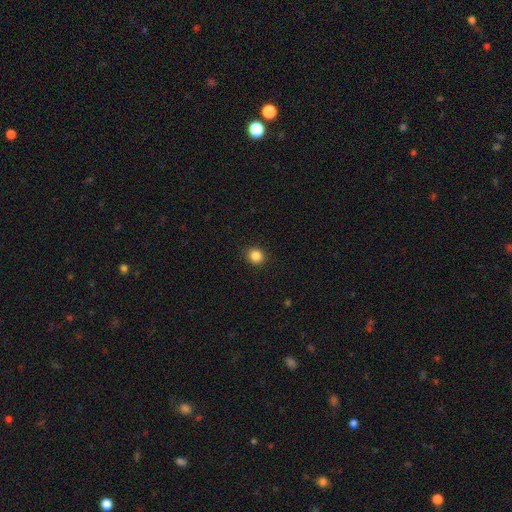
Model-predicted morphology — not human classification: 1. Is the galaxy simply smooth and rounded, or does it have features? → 85% smooth, 11% star or artifact, 4% featured or disk.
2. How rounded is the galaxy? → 86% round, 13% in between, 1% cigar-shaped.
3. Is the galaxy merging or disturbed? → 91% none, 6% minor disturbance, 2% major disturbance, 1% merger.